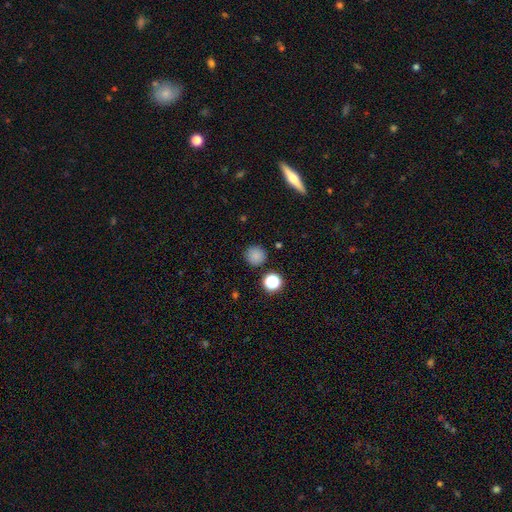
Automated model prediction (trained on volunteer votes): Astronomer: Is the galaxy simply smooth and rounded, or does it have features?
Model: smooth — 82%.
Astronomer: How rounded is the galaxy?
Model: round — 95%.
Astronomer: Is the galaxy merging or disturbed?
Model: none — 87%.